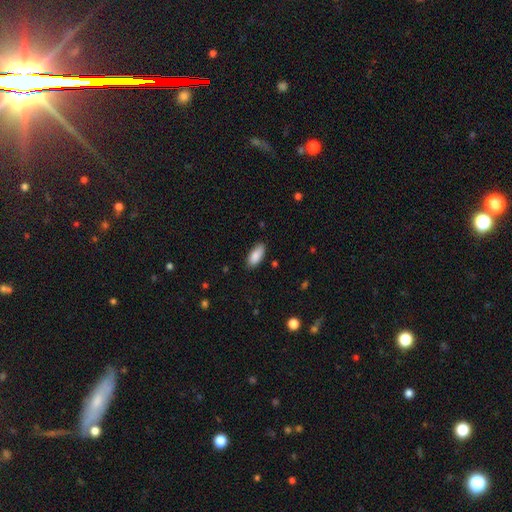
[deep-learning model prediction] smooth_or_featured: smooth (p=0.87) [alt: featured or disk p=0.06]
how_rounded: in between (p=0.88) [alt: cigar-shaped p=0.10]
merging: none (p=0.85) [alt: minor disturbance p=0.12]